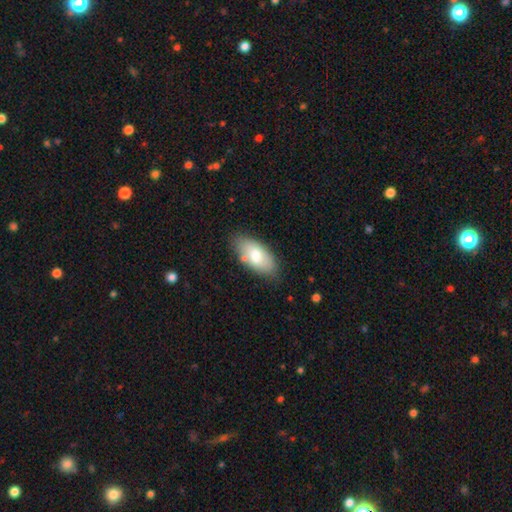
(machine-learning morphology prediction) Q: Smooth or featured?
A: smooth (75%); runner-up: featured or disk (18%)
Q: How rounded?
A: in between (92%); runner-up: cigar-shaped (6%)
Q: Merging?
A: none (76%); runner-up: minor disturbance (16%)